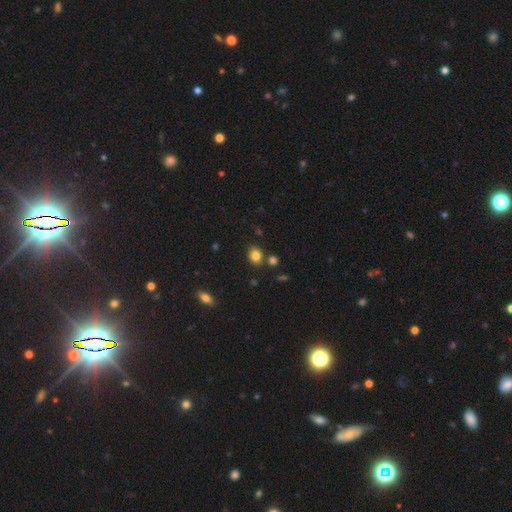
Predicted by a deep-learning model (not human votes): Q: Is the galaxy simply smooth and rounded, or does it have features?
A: smooth — 83%.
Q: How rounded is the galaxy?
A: round — 51%.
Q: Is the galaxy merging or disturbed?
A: none — 80%.